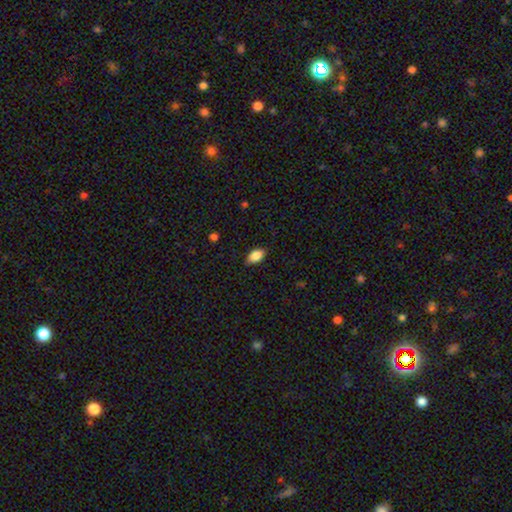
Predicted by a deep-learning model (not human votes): Morphology: type=smooth (84%); roundness=in between (90%); merging=none (84%).